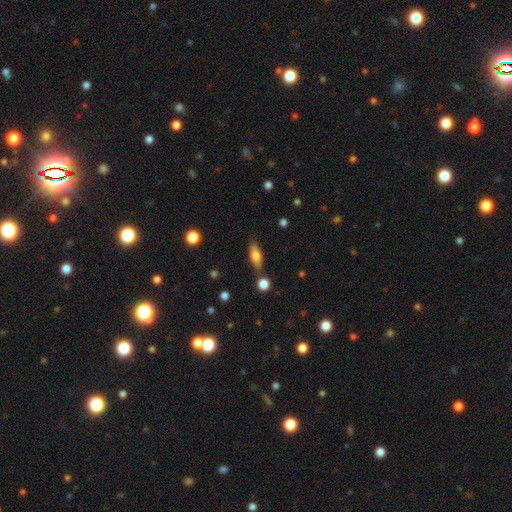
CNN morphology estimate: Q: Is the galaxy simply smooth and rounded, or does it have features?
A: smooth — 67%.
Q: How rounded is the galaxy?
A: in between — 63%.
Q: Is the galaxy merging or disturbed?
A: none — 79%.